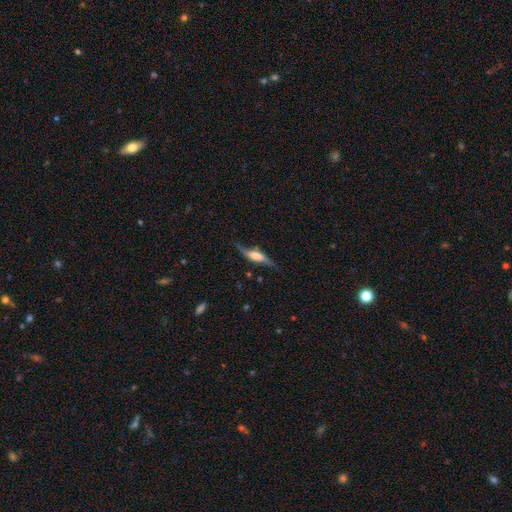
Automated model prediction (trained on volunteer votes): Smooth or featured?
  - featured or disk: 72% *
  - smooth: 21%
  - star or artifact: 7%
Edge-on disk?
  - yes: 58% *
  - no: 42%
Merging?
  - none: 66% *
  - minor disturbance: 21%
  - major disturbance: 10%
  - merger: 2%